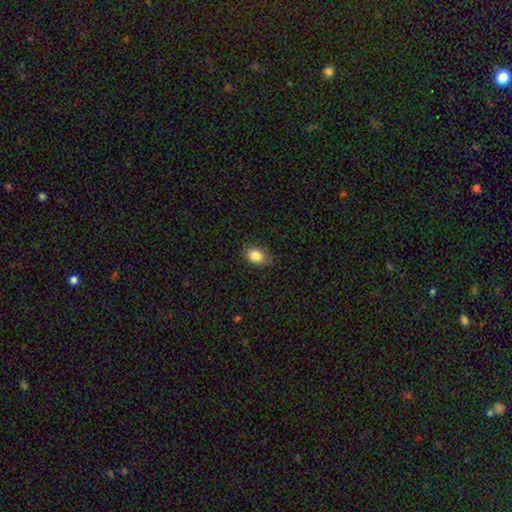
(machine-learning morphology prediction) smooth-or-featured: smooth: 86% | star or artifact: 9% | featured or disk: 5%
  how-rounded: in between: 64% | round: 35% | cigar-shaped: 1%
  merging: none: 76% | minor disturbance: 19% | major disturbance: 4% | merger: 1%